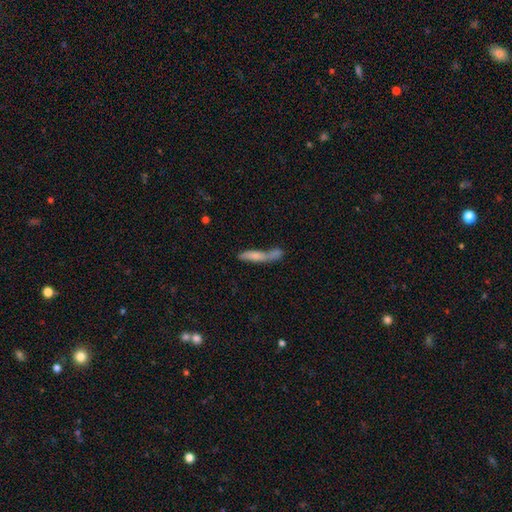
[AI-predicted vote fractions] A smooth galaxy with no disk features (63%) that is cigar-shaped (78%). Merging: merger (45%).